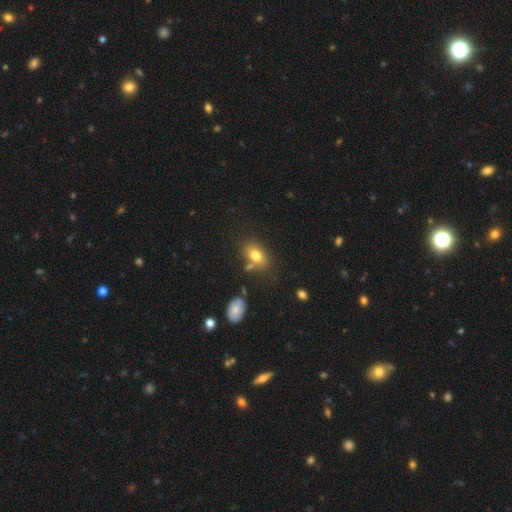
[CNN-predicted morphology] Smooth or featured?
  - smooth: 78% *
  - featured or disk: 12%
  - star or artifact: 10%
How rounded?
  - in between: 83% *
  - round: 15%
  - cigar-shaped: 3%
Merging?
  - none: 69% *
  - minor disturbance: 15%
  - merger: 12%
  - major disturbance: 4%